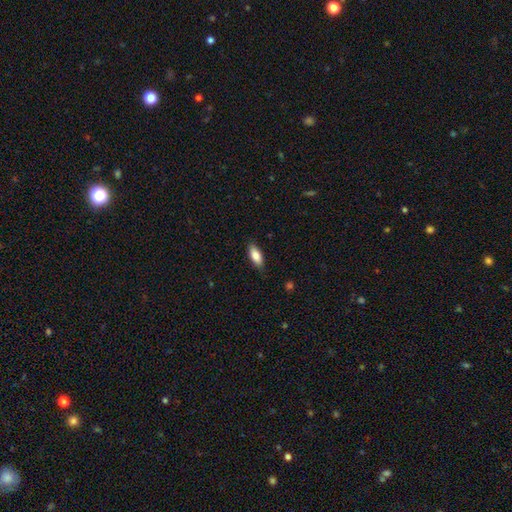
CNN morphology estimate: This is clearly a smooth galaxy (82%). How rounded: likely in between (79%). Merging: clearly none (85%).